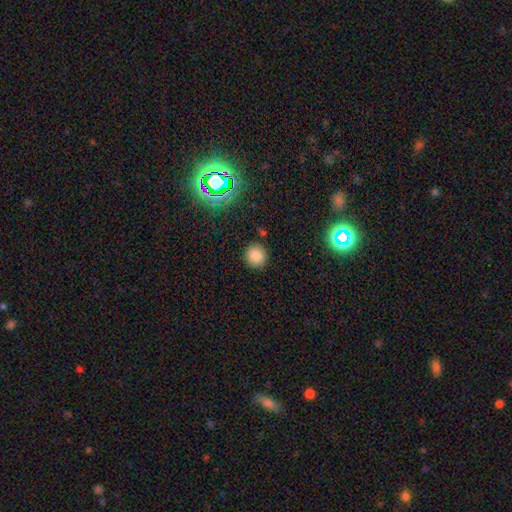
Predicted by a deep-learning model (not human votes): Smooth or featured: smooth — 83% (star or artifact — 12%)
How rounded: round — 87% (in between — 12%)
Merging: none — 88% (minor disturbance — 7%)